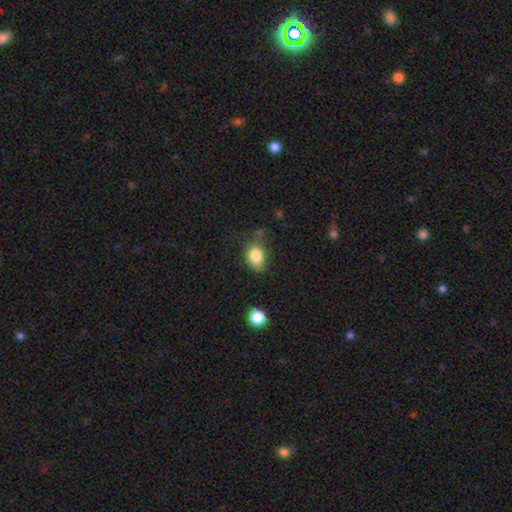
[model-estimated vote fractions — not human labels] Smooth or featured: smooth — 84% (star or artifact — 9%)
How rounded: in between — 73% (round — 26%)
Merging: none — 64% (minor disturbance — 24%)